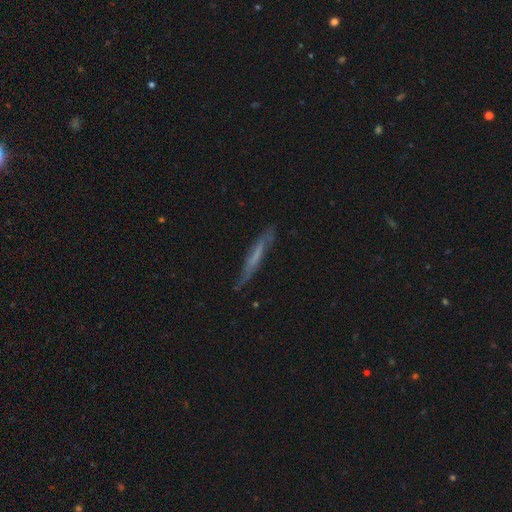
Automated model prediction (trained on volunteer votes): smooth-or-featured: featured or disk: 52% | smooth: 40% | star or artifact: 8%
  disk-edge-on: yes: 82% | no: 18%
  merging: none: 74% | minor disturbance: 19% | major disturbance: 5% | merger: 2%